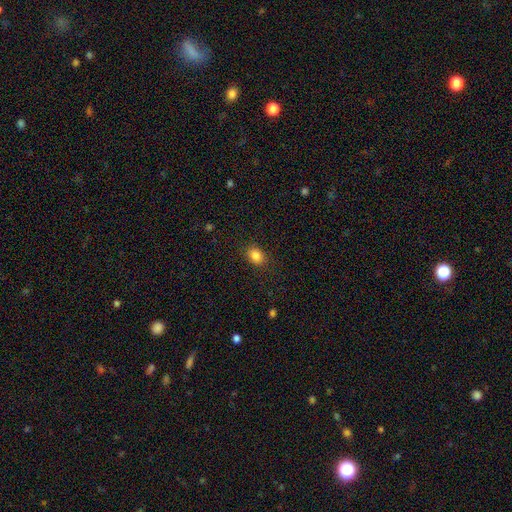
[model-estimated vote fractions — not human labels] Morphology: type=smooth (85%); roundness=in between (62%); merging=none (87%).